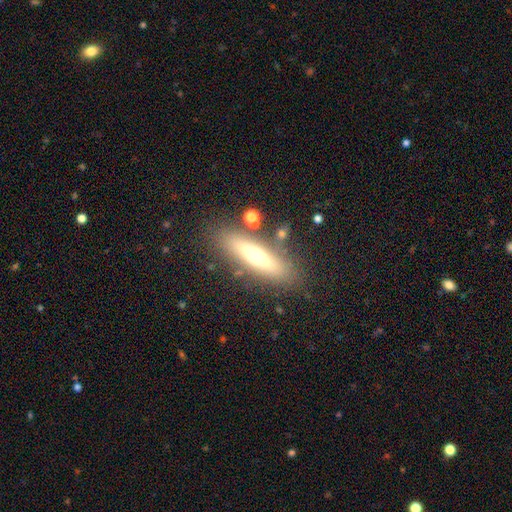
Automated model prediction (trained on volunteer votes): Overall: smooth (51%; featured or disk 39%). How rounded: cigar-shaped (64%; in between 33%). Merging: none (80%).